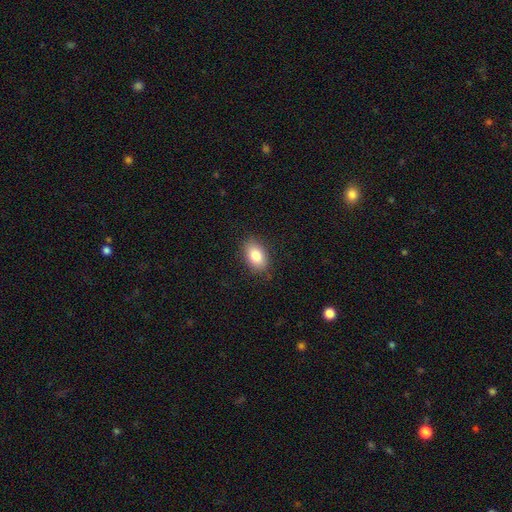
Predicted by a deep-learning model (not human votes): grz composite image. It shows a smooth galaxy with no disk features (83%) that is in between round and cigar-shaped (86%). Merging: none (85%).